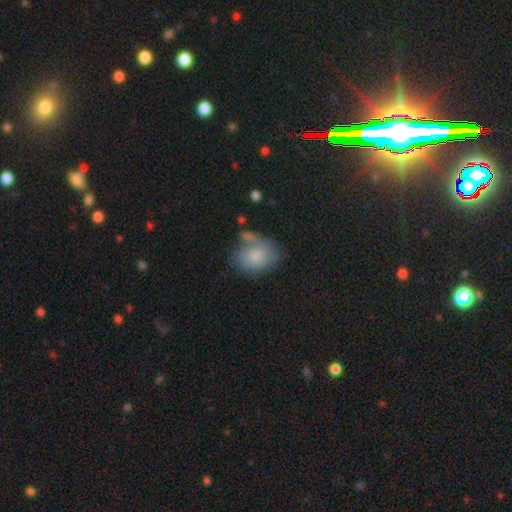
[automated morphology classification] Q: Smooth or featured?
A: smooth (69%); runner-up: featured or disk (24%)
Q: How rounded?
A: in between (55%); runner-up: round (44%)
Q: Merging?
A: none (43%); runner-up: minor disturbance (27%)